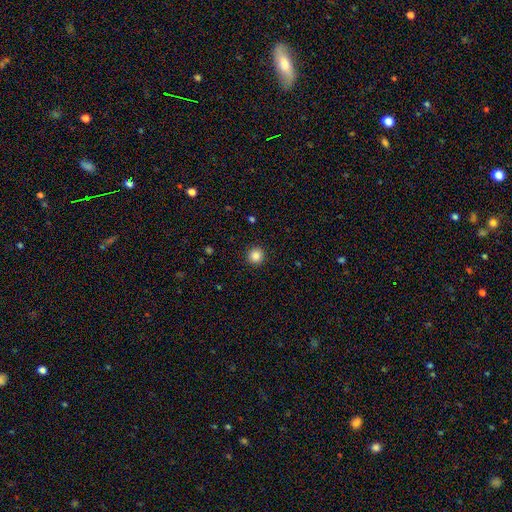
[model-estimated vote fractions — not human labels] Q: Smooth or featured?
A: smooth (86%); runner-up: star or artifact (10%)
Q: How rounded?
A: round (95%); runner-up: in between (4%)
Q: Merging?
A: none (92%); runner-up: minor disturbance (5%)